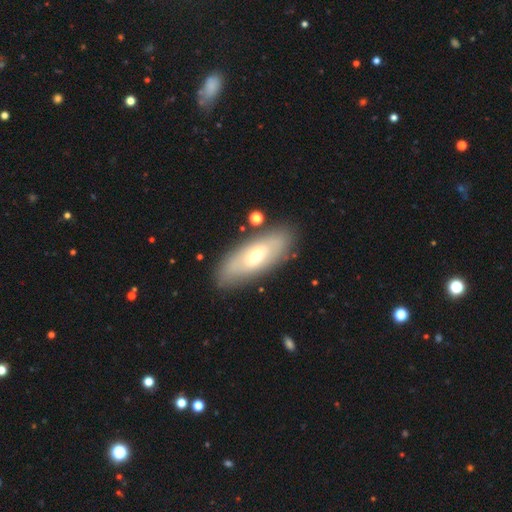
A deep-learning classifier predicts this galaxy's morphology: This is possibly a smooth galaxy (49%). Merging: clearly none (83%).